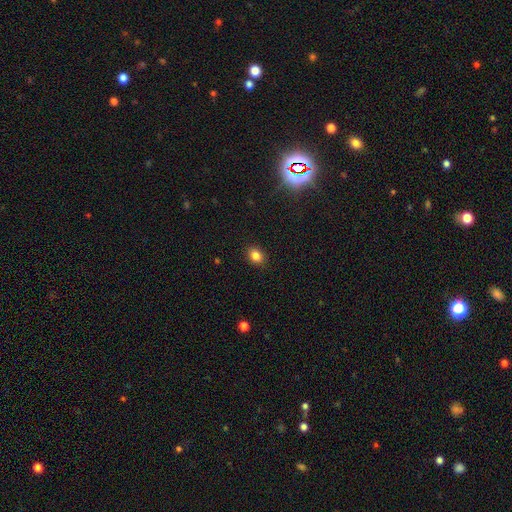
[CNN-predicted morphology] A smooth galaxy with no disk features (84%) that is in between round and cigar-shaped (59%). Merging: none (90%).